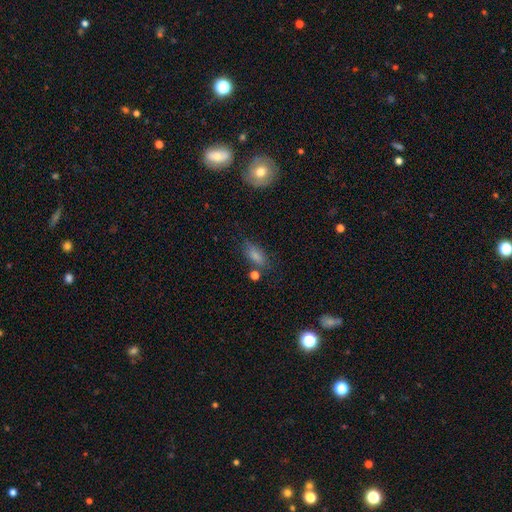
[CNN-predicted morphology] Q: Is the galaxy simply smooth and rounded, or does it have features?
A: smooth — 74%.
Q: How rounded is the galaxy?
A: in between — 78%.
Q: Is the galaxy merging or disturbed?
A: none — 65%.